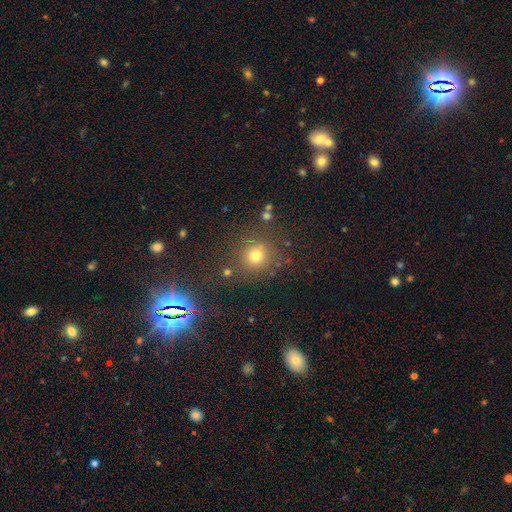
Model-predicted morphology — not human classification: smooth_or_featured: smooth (p=0.73) [alt: star or artifact p=0.20]
how_rounded: round (p=0.91) [alt: in between p=0.08]
merging: none (p=0.78) [alt: minor disturbance p=0.09]